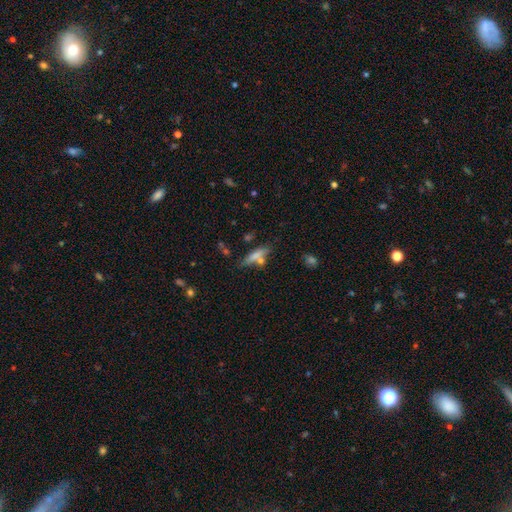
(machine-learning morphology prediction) A smooth galaxy with no disk features (68%) that is cigar-shaped (69%).

Vote fractions:
- Smooth or featured? smooth: 68% / featured or disk: 23% / star or artifact: 8%
- How rounded? cigar-shaped: 69% / in between: 28% / round: 3%
- Merging? none: 61% / merger: 18% / minor disturbance: 15% / major disturbance: 5%